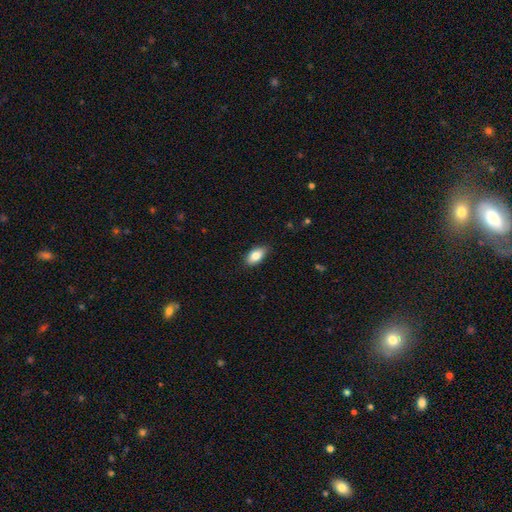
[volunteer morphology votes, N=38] type=smooth (82%); roundness=in between (90%); merging=none (87%).